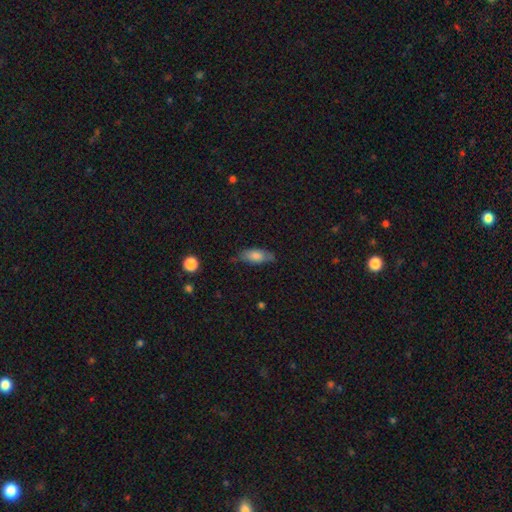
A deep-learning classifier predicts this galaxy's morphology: Q: Smooth or featured?
A: smooth (75%); runner-up: featured or disk (18%)
Q: How rounded?
A: in between (77%); runner-up: cigar-shaped (20%)
Q: Merging?
A: none (66%); runner-up: minor disturbance (25%)